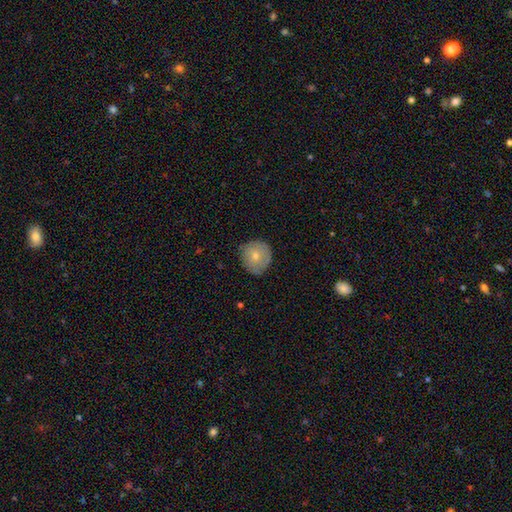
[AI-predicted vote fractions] smooth 70%, featured or disk 23%, star or artifact 7%. Down the decision tree: how rounded — round (90%); merging — none (74%).